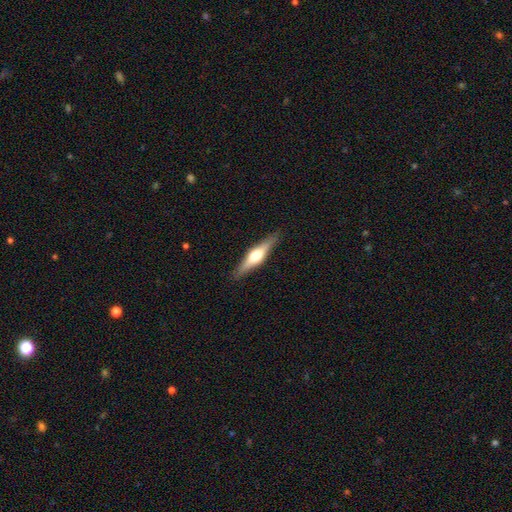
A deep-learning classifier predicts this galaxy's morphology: The model was most divided on "smooth or featured": featured or disk: 70%, smooth: 24%, star or artifact: 5%. More confident: edge-on disk — yes (97%); edge-on bulge — rounded (92%); merging — none (90%).